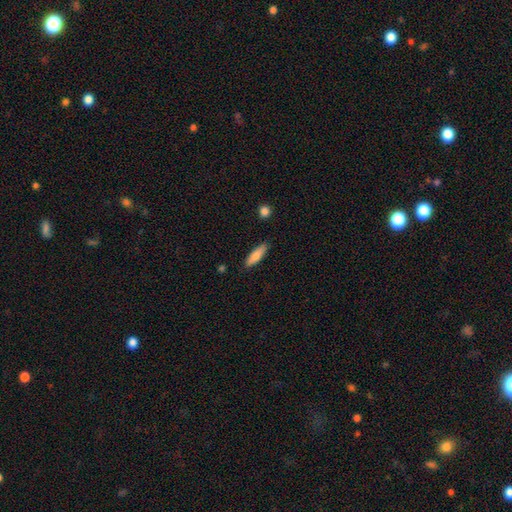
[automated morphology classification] Q: Smooth or featured?
A: smooth (80%); runner-up: featured or disk (14%)
Q: How rounded?
A: cigar-shaped (59%); runner-up: in between (40%)
Q: Merging?
A: none (85%); runner-up: minor disturbance (11%)